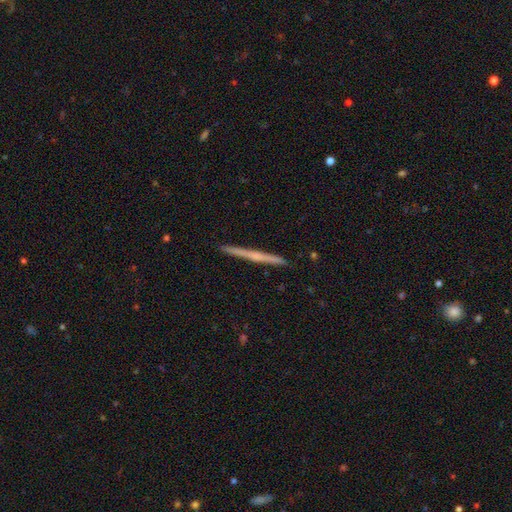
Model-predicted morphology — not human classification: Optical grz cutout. It shows a featured or disk galaxy (62%) viewed edge-on (98%) with no central bulge (63%). Merging: none (93%).